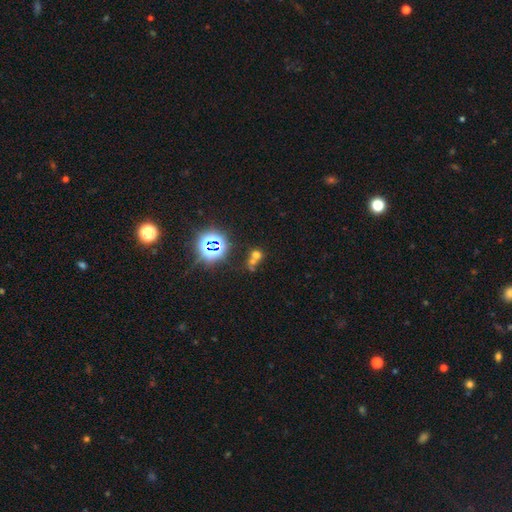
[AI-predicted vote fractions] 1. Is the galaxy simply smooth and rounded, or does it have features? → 51% smooth, 34% star or artifact, 16% featured or disk.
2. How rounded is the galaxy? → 70% round, 28% in between, 2% cigar-shaped.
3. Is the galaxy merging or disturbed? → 54% merger, 33% none, 7% minor disturbance, 6% major disturbance.